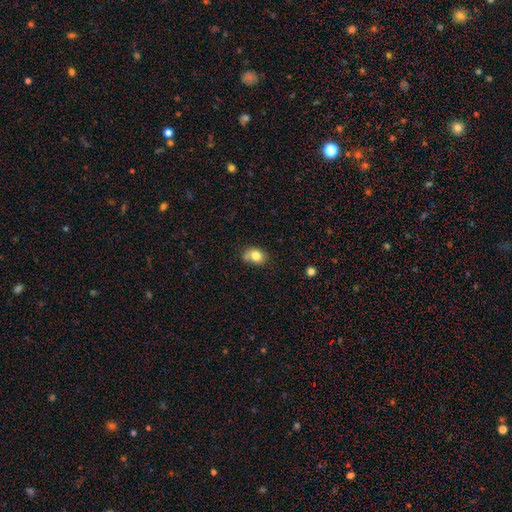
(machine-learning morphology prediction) Q: Smooth or featured?
A: smooth (80%); runner-up: featured or disk (10%)
Q: How rounded?
A: in between (54%); runner-up: round (45%)
Q: Merging?
A: none (55%); runner-up: minor disturbance (28%)